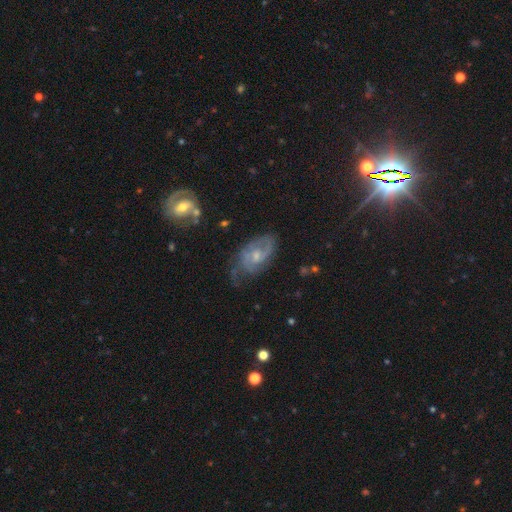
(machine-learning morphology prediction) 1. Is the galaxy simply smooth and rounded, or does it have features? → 78% featured or disk, 14% smooth, 8% star or artifact.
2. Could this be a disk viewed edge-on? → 96% no, 4% yes.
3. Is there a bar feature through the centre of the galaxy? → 53% no, 41% weak, 6% strong.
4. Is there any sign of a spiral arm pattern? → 90% yes, 10% no.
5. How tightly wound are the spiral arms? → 45% medium, 38% tight, 18% loose.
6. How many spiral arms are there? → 51% 2, 27% can't tell, 9% 3, 6% 1, 3% 4, 3% more than 4.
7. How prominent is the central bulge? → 53% small, 39% moderate, 5% none, 2% large, 1% dominant.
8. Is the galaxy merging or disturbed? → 54% none, 27% minor disturbance, 16% major disturbance, 3% merger.